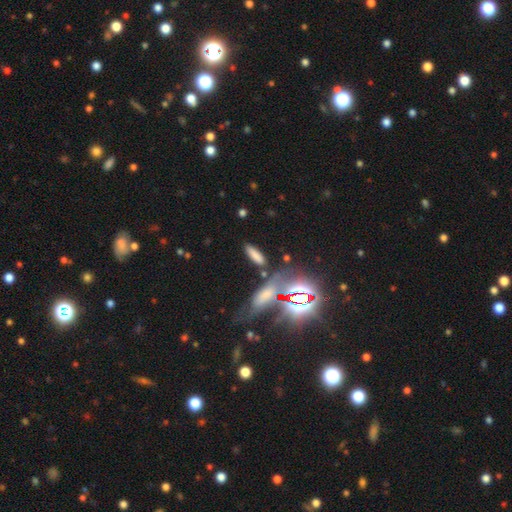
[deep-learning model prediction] smooth 75%, star or artifact 17%, featured or disk 8%. Down the decision tree: how rounded — cigar-shaped (50%); merging — none (77%).